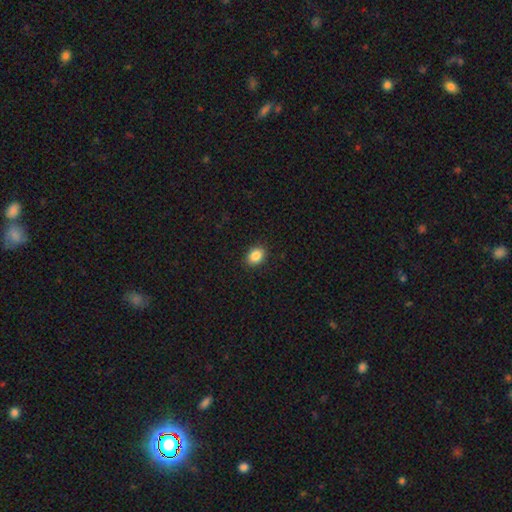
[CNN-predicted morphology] Smooth or featured?
  - smooth: 86% *
  - star or artifact: 9%
  - featured or disk: 4%
How rounded?
  - in between: 63% *
  - round: 36%
  - cigar-shaped: 1%
Merging?
  - none: 90% *
  - minor disturbance: 7%
  - major disturbance: 2%
  - merger: 1%